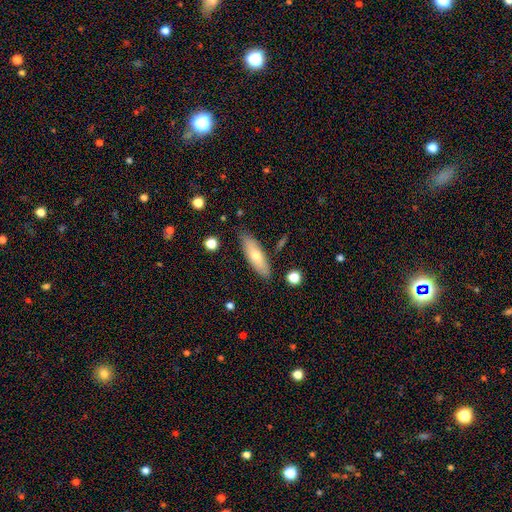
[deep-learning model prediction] A smooth galaxy with no disk features (63%) that is in between round and cigar-shaped (53%). Merging: none (82%).